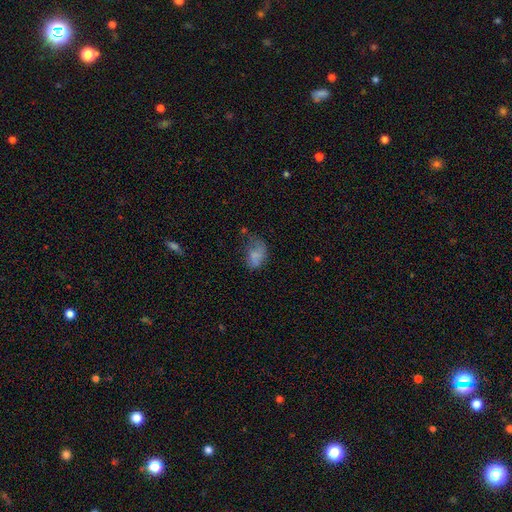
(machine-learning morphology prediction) Overall: smooth (68%). How rounded: in between (85%). Merging: none (35%; minor disturbance 31%).